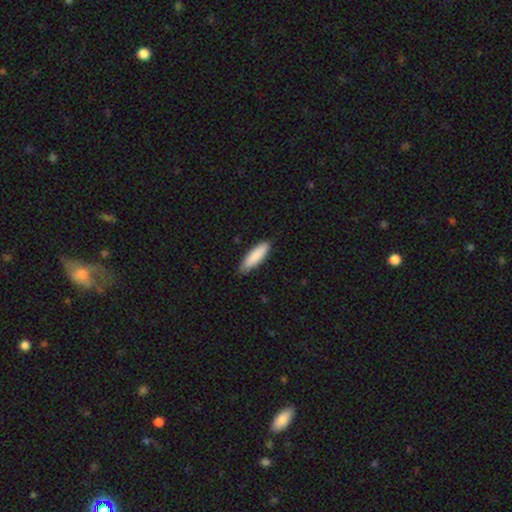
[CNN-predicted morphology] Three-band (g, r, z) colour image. It shows a smooth galaxy with no disk features (87%) that is cigar-shaped (61%). Merging: none (85%).